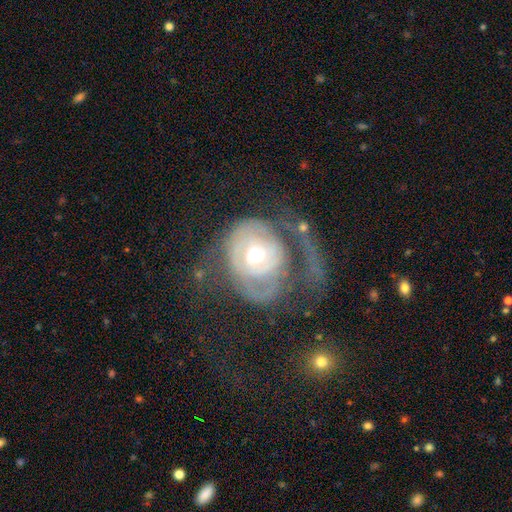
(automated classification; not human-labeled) smooth_or_featured: featured or disk (p=0.70) [alt: smooth p=0.23]
disk_edge_on: no (p=0.96) [alt: yes p=0.04]
bar: no (p=0.72) [alt: weak p=0.22]
has_spiral_arms: yes (p=0.64) [alt: no p=0.36]
bulge_size: moderate (p=0.68) [alt: small p=0.19]
merging: major disturbance (p=0.58) [alt: none p=0.21]